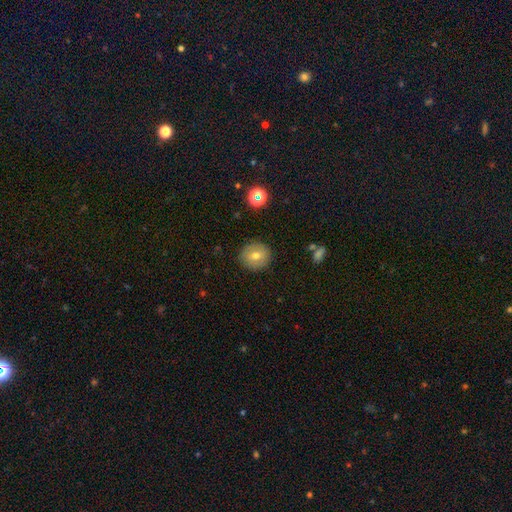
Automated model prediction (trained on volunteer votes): This is likely a smooth galaxy (66%). How rounded: clearly round (90%). Merging: clearly none (88%).